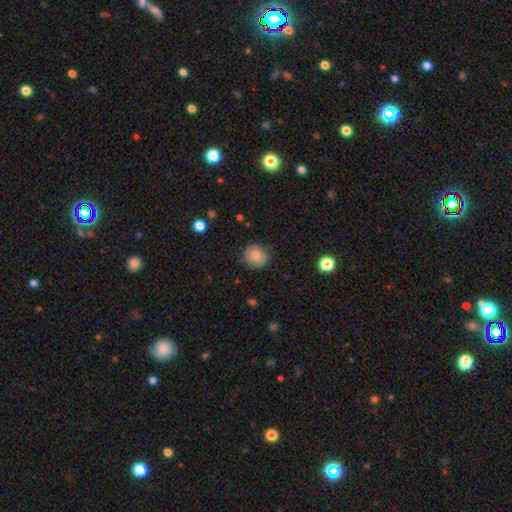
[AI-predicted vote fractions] smooth_or_featured: smooth (p=0.76) [alt: featured or disk p=0.15]
how_rounded: round (p=0.90) [alt: in between p=0.09]
merging: none (p=0.80) [alt: minor disturbance p=0.15]